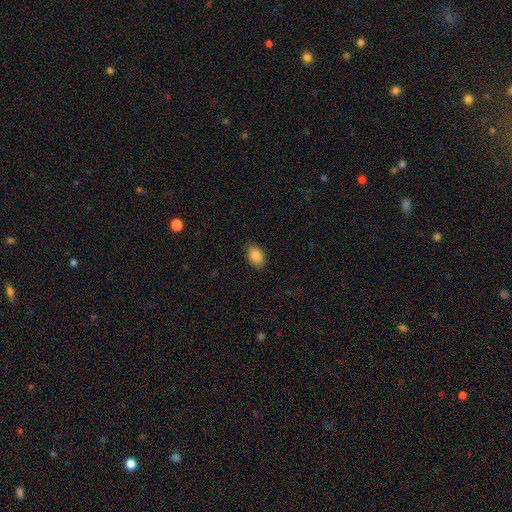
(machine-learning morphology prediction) A smooth galaxy with no disk features (88%) that is in between round and cigar-shaped (85%). Merging: none (88%).